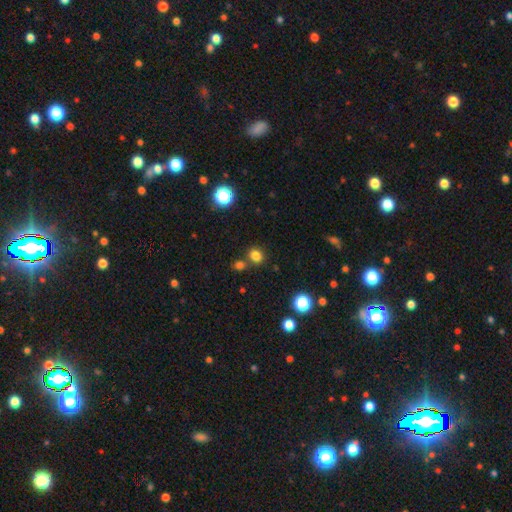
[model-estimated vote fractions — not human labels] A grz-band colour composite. It shows a smooth galaxy with no disk features (79%) that is round (68%). Merging: none (70%).